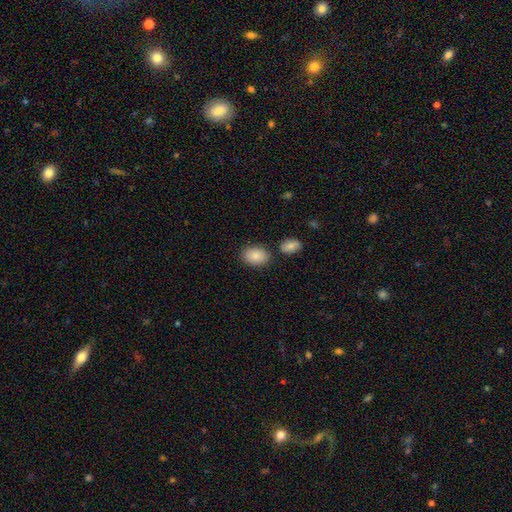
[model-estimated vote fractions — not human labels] A smooth galaxy with no disk features (87%) that is in between round and cigar-shaped (85%).

Vote fractions:
- Smooth or featured? smooth: 87% / star or artifact: 7% / featured or disk: 6%
- How rounded? in between: 85% / round: 14% / cigar-shaped: 1%
- Merging? none: 76% / minor disturbance: 12% / merger: 10% / major disturbance: 3%